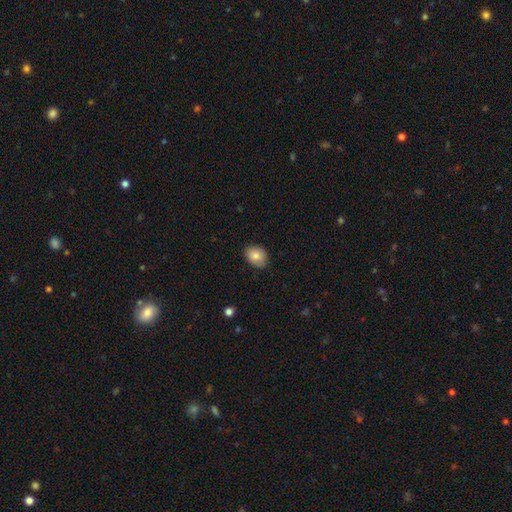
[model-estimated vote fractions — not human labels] Overall: smooth (81%). How rounded: in between (65%; round 34%). Merging: none (80%).